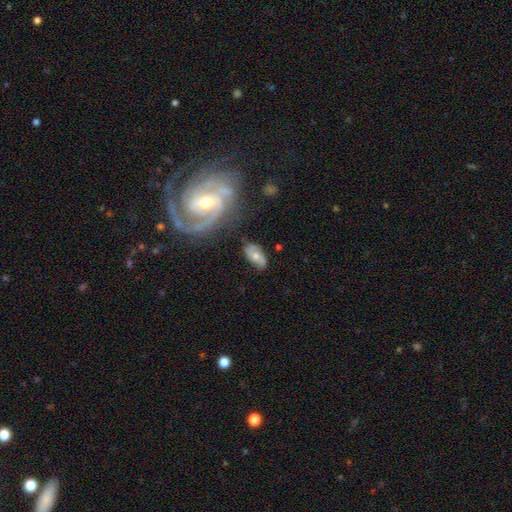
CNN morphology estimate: Smooth or featured: featured or disk — 52% (smooth — 40%)
Edge-on disk: no — 92% (yes — 8%)
Merging: none — 64% (minor disturbance — 22%)